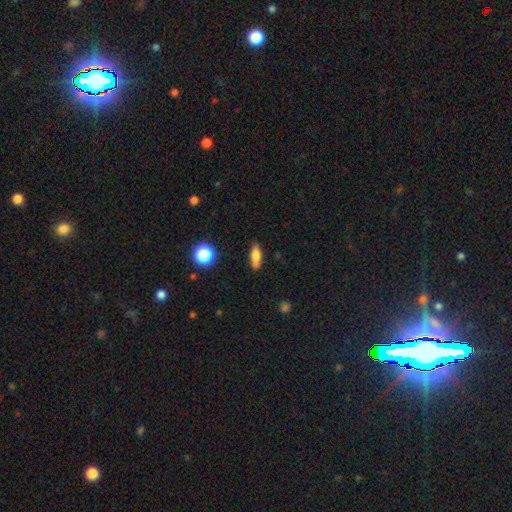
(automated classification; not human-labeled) Smooth or featured? smooth (73%)
How rounded? in between (59%)
Merging? none (80%)